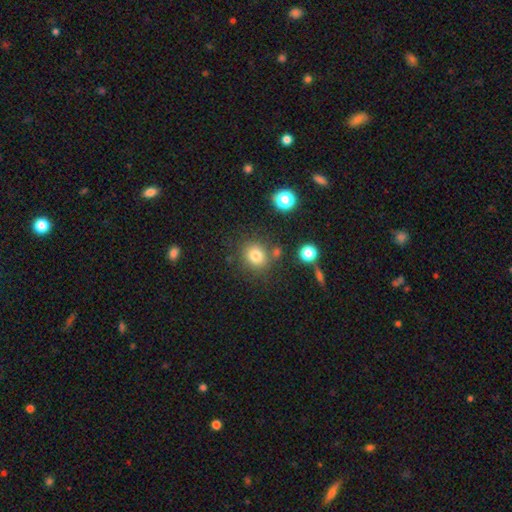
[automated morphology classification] smooth 79%, star or artifact 13%, featured or disk 8%. Down the decision tree: how rounded — round (83%); merging — none (77%).